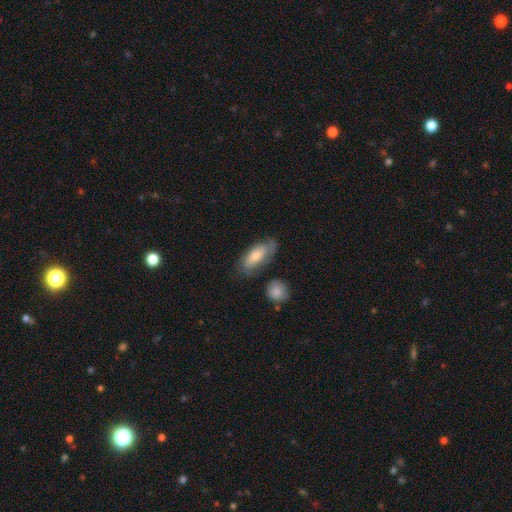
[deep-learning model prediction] smooth_or_featured: smooth (p=0.62) [alt: featured or disk p=0.32]
how_rounded: in between (p=0.79) [alt: cigar-shaped p=0.18]
merging: none (p=0.64) [alt: minor disturbance p=0.23]